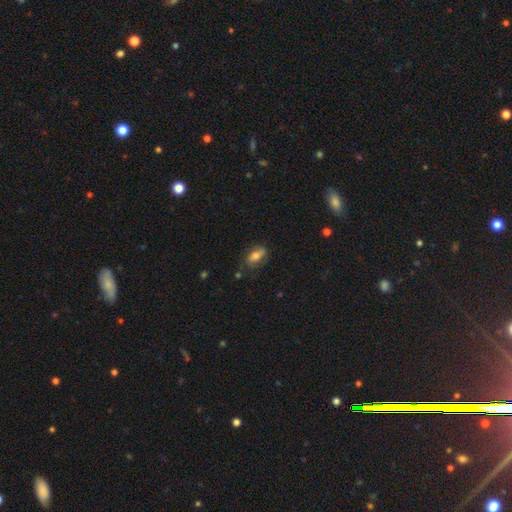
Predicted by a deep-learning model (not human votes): A smooth galaxy with no disk features (65%) that is in between round and cigar-shaped (86%).

Vote fractions:
- Smooth or featured? smooth: 65% / featured or disk: 27% / star or artifact: 9%
- How rounded? in between: 86% / cigar-shaped: 8% / round: 7%
- Merging? none: 68% / minor disturbance: 23% / major disturbance: 6% / merger: 2%